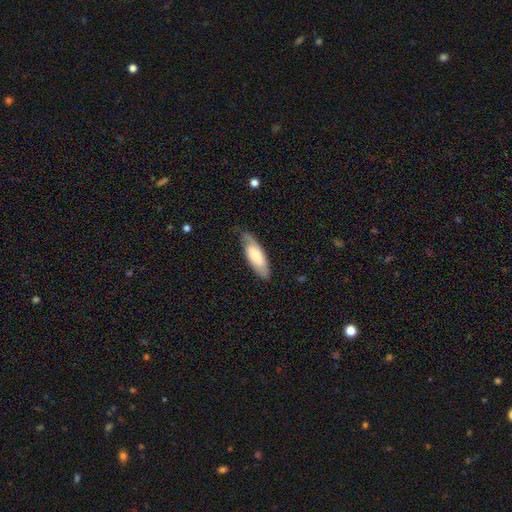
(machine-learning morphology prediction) Overall: smooth (69%). How rounded: in between (62%; cigar-shaped 37%). Merging: none (76%).